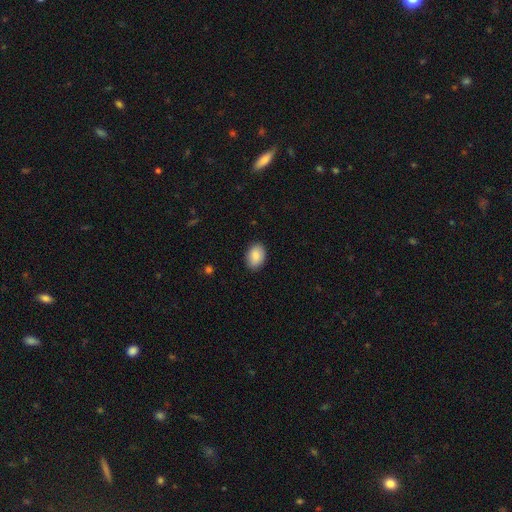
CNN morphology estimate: This appears to be a smooth galaxy with no disk features (88%) that is in between round and cigar-shaped (84%). Merging: none (88%).